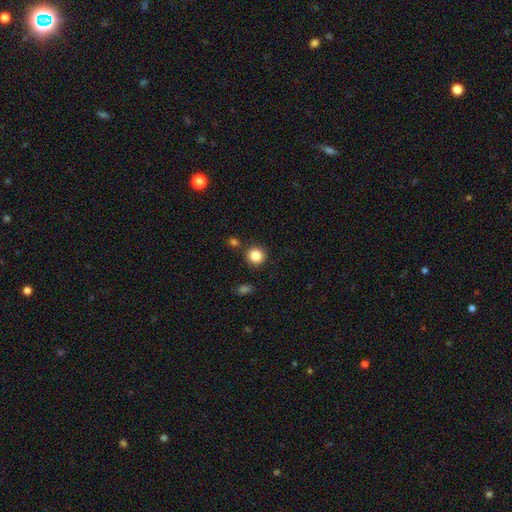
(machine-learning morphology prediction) smooth_or_featured: smooth (p=0.86) [alt: star or artifact p=0.10]
how_rounded: round (p=0.92) [alt: in between p=0.07]
merging: none (p=0.86) [alt: minor disturbance p=0.07]